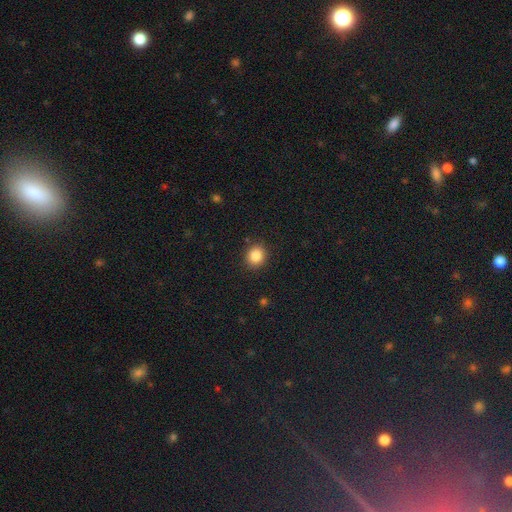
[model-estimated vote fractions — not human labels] Smooth or featured? Predicted: smooth (p=0.85). How rounded? Predicted: round (p=0.78). Merging? Predicted: none (p=0.89).